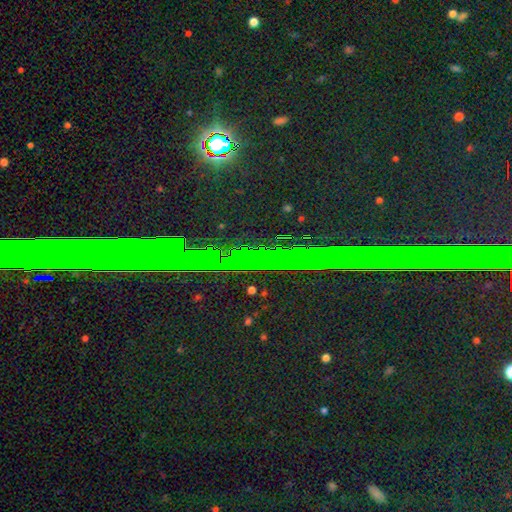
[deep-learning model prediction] Smooth or featured?
  - star or artifact: 86% *
  - smooth: 7%
  - featured or disk: 7%